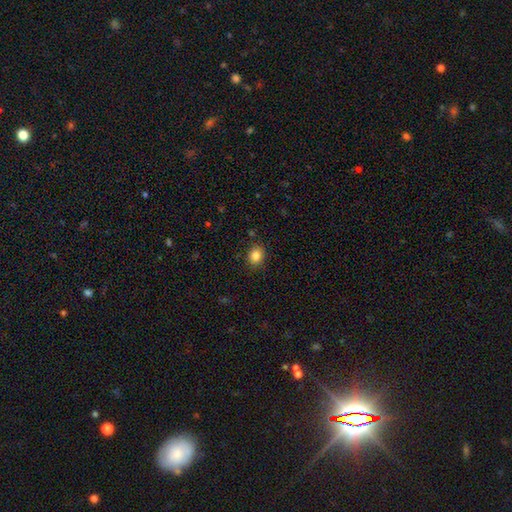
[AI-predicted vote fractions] smooth-or-featured: smooth: 84% | star or artifact: 11% | featured or disk: 5%
  how-rounded: round: 61% | in between: 38% | cigar-shaped: 1%
  merging: none: 87% | minor disturbance: 9% | major disturbance: 2% | merger: 1%